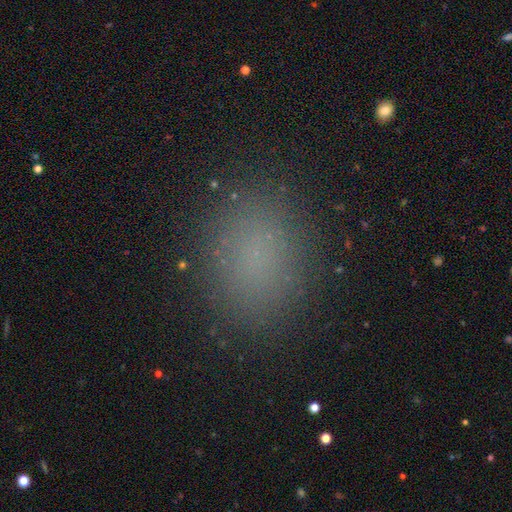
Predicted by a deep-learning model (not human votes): Smooth or featured? Predicted: smooth (p=0.78). How rounded? Predicted: in between (p=0.58). Merging? Predicted: none (p=0.87).